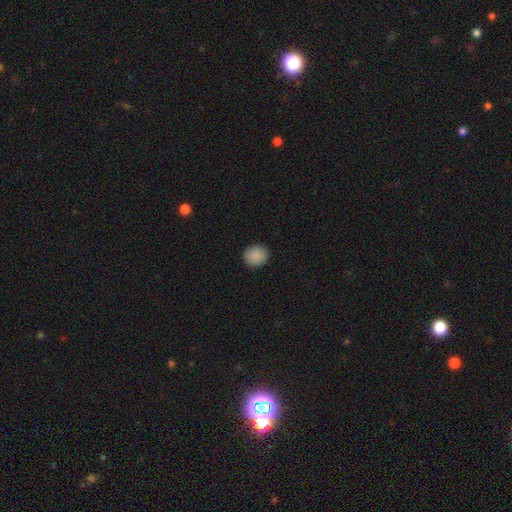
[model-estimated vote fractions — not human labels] Smooth or featured: smooth — 89% (star or artifact — 8%)
How rounded: round — 85% (in between — 14%)
Merging: none — 91% (minor disturbance — 7%)